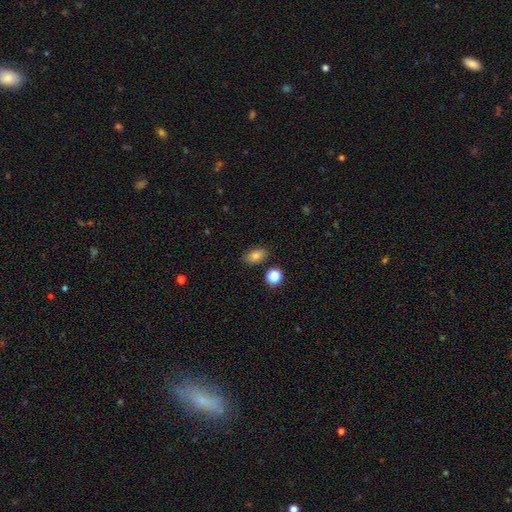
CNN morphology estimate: A smooth galaxy with no disk features (78%) that is in between round and cigar-shaped (83%). Merging: none (83%).